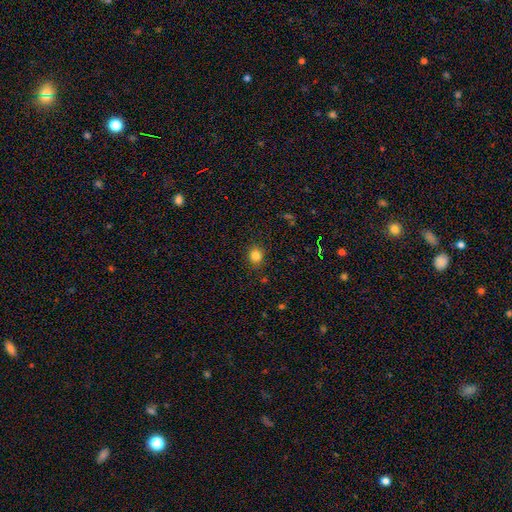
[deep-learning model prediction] Smooth or featured? smooth (83%)
How rounded? round (79%)
Merging? none (88%)